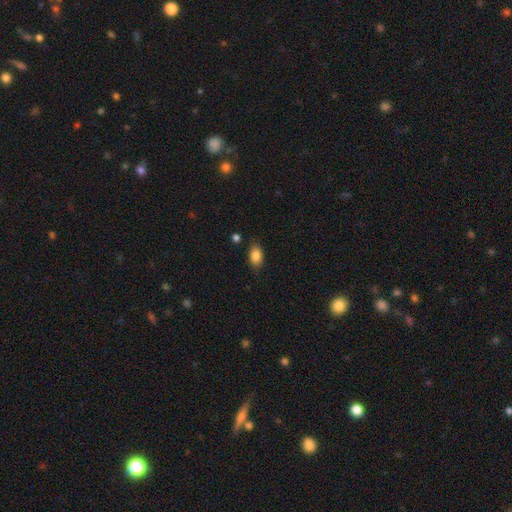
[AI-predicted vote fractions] smooth-or-featured: smooth: 86% | star or artifact: 8% | featured or disk: 6%
  how-rounded: in between: 86% | round: 12% | cigar-shaped: 2%
  merging: none: 82% | minor disturbance: 13% | major disturbance: 3% | merger: 2%